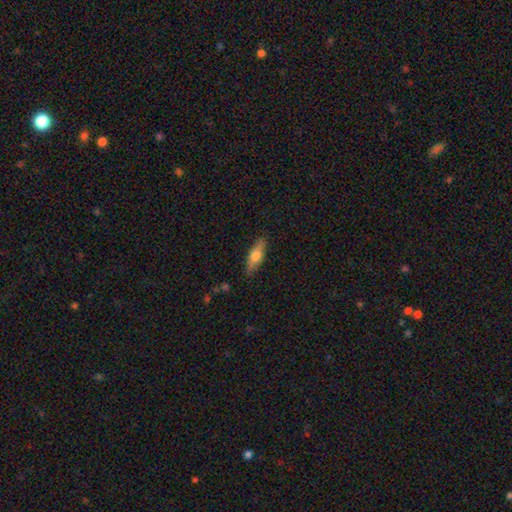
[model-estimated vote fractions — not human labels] This appears to be a smooth galaxy with no disk features (63%) that is in between round and cigar-shaped (51%). Merging: none (85%).